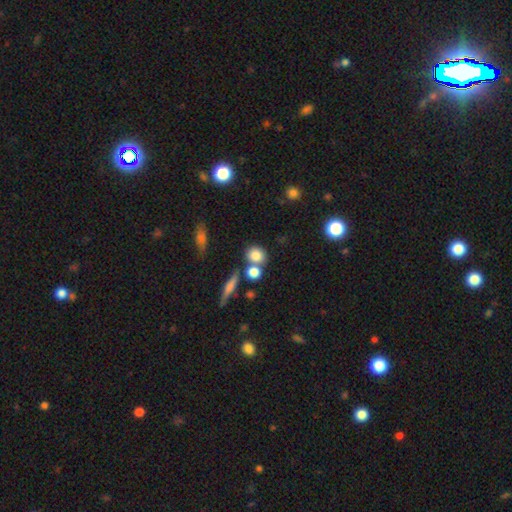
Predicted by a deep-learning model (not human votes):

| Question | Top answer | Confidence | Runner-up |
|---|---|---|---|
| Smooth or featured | smooth | 80% | star or artifact (10%) |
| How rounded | round | 73% | in between (24%) |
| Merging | none | 59% | merger (27%) |